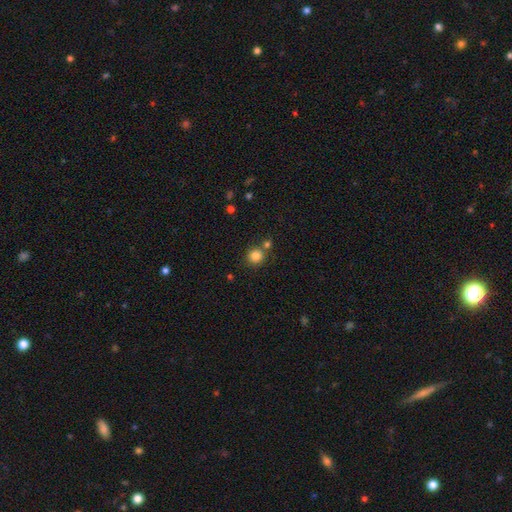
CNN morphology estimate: This appears to be a smooth galaxy with no disk features (83%) that is round (89%). Merging: none (72%).